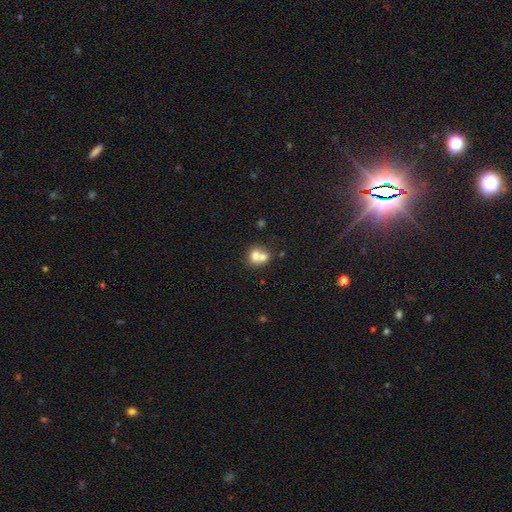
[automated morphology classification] This is likely a smooth galaxy (67%). How rounded: likely round (69%). Merging: likely merger (65%).